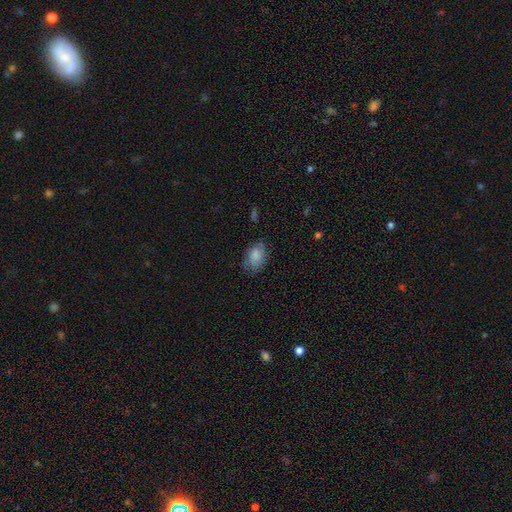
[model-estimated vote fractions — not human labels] smooth-or-featured: smooth: 81% | featured or disk: 11% | star or artifact: 8%
  how-rounded: in between: 86% | round: 12% | cigar-shaped: 1%
  merging: none: 64% | minor disturbance: 26% | major disturbance: 8% | merger: 2%